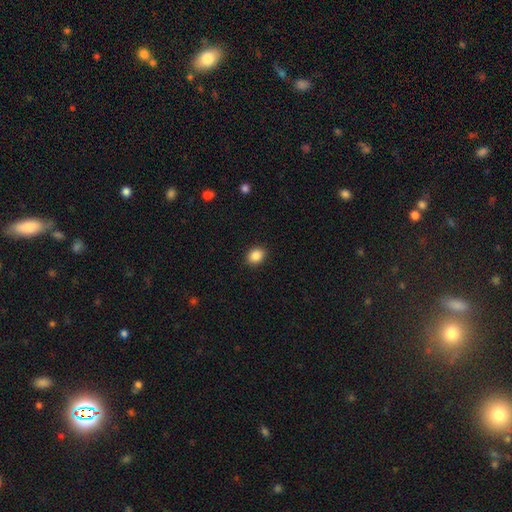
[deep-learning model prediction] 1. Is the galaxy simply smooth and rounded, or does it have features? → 87% smooth, 9% star or artifact, 4% featured or disk.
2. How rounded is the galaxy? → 50% round, 49% in between, 1% cigar-shaped.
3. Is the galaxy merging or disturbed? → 90% none, 7% minor disturbance, 2% major disturbance, 1% merger.